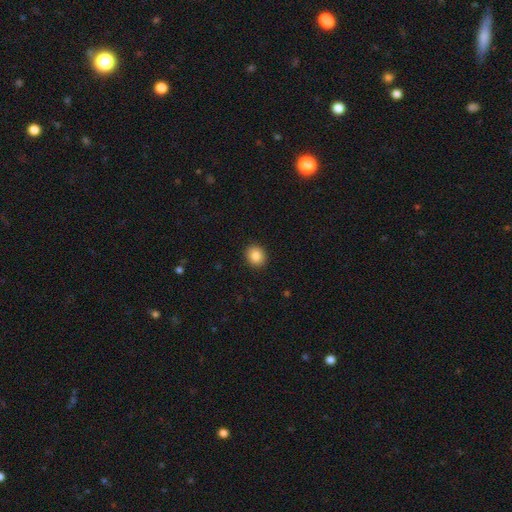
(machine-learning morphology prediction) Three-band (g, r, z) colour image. It shows a smooth galaxy with no disk features (86%) that is round (77%). Merging: none (91%).